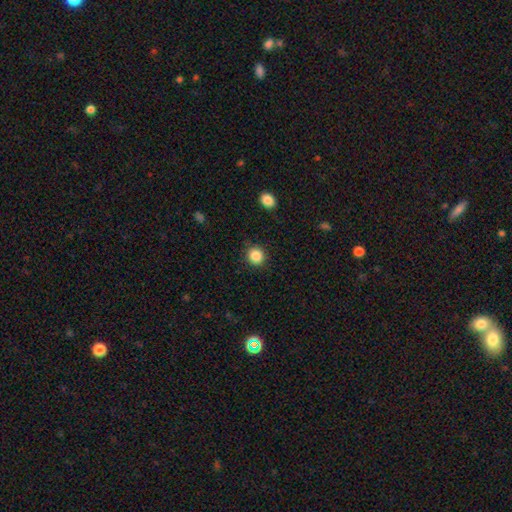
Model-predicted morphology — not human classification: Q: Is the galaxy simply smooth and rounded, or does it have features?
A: smooth — 86%.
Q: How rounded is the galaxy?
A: round — 87%.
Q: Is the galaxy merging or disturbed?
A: none — 87%.